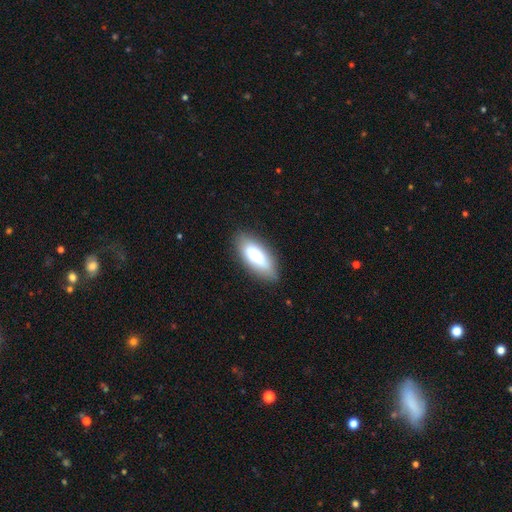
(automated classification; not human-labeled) Smooth or featured?
  - smooth: 77% *
  - featured or disk: 17%
  - star or artifact: 6%
How rounded?
  - in between: 76% *
  - cigar-shaped: 22%
  - round: 2%
Merging?
  - none: 81% *
  - minor disturbance: 14%
  - major disturbance: 3%
  - merger: 1%